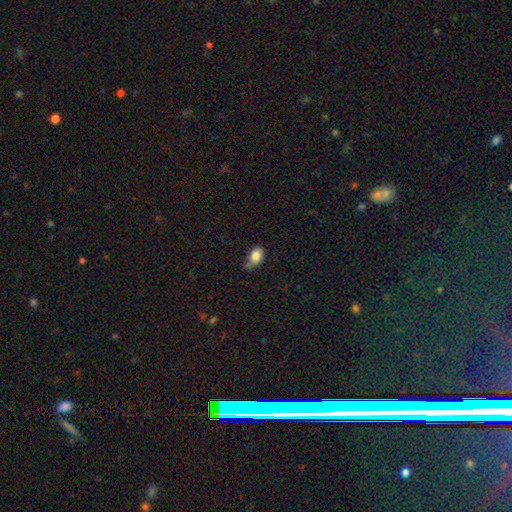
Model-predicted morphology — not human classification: smooth_or_featured: smooth (p=0.84) [alt: star or artifact p=0.08]
how_rounded: in between (p=0.77) [alt: round p=0.21]
merging: none (p=0.43) [alt: minor disturbance p=0.40]